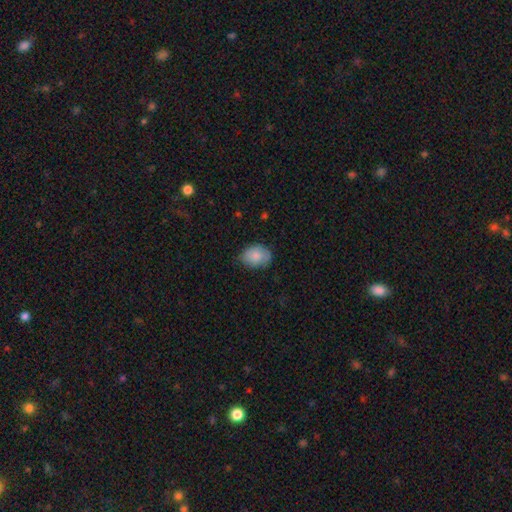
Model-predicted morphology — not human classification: A smooth galaxy with no disk features (83%) that is in between round and cigar-shaped (76%). Merging: none (71%).